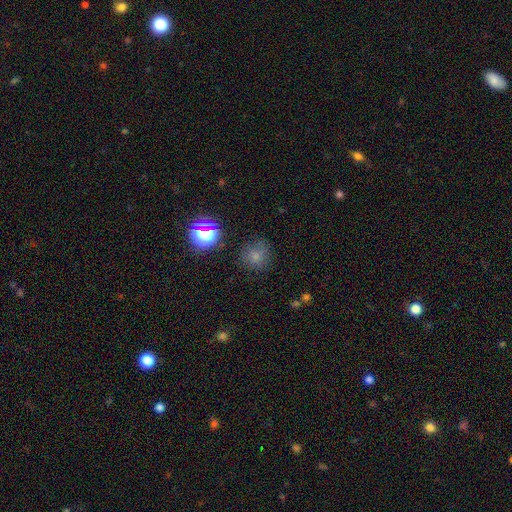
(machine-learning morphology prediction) Smooth or featured?
  - smooth: 68% *
  - star or artifact: 24%
  - featured or disk: 8%
How rounded?
  - round: 87% *
  - in between: 12%
  - cigar-shaped: 1%
Merging?
  - none: 76% *
  - minor disturbance: 15%
  - major disturbance: 6%
  - merger: 3%